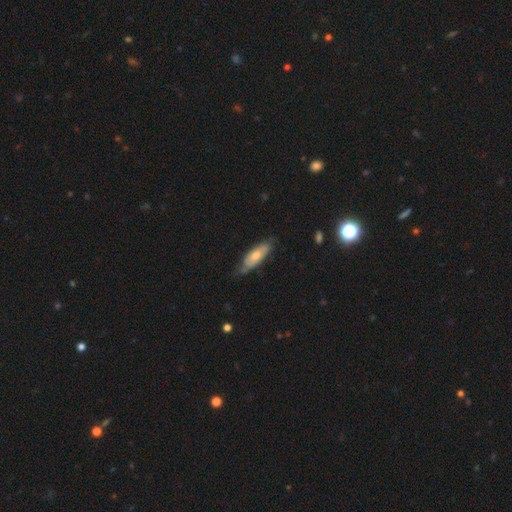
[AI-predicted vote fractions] The model was most divided on "smooth or featured": smooth: 54%, featured or disk: 41%, star or artifact: 5%. More confident: how rounded — in between (63%); merging — none (59%).